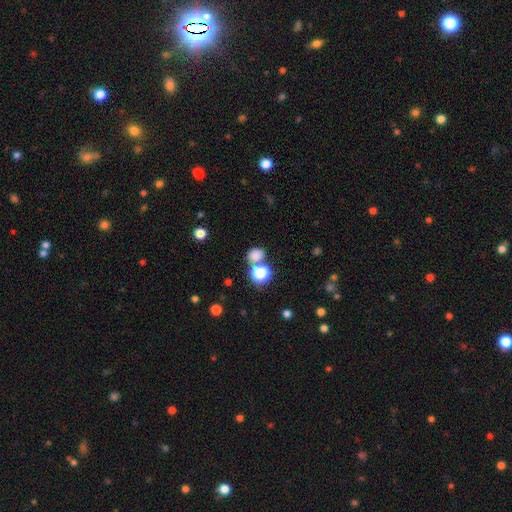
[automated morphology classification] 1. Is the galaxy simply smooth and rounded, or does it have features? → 76% smooth, 19% star or artifact, 5% featured or disk.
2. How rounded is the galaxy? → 60% round, 39% in between, 1% cigar-shaped.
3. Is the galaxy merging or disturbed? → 64% none, 23% merger, 9% minor disturbance, 4% major disturbance.